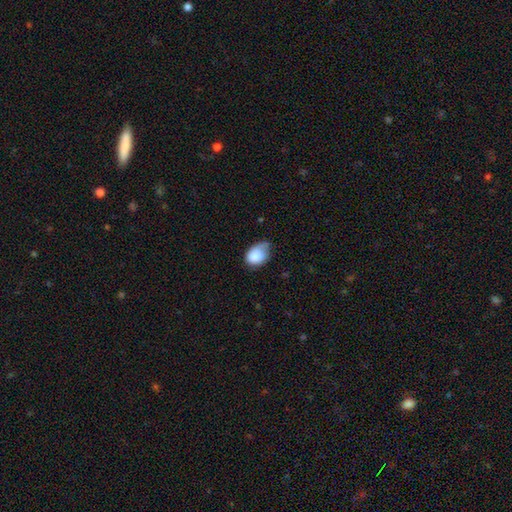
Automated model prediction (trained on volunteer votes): smooth_or_featured: smooth (p=0.84) [alt: featured or disk p=0.09]
how_rounded: in between (p=0.74) [alt: round p=0.25]
merging: minor disturbance (p=0.45) [alt: none p=0.38]